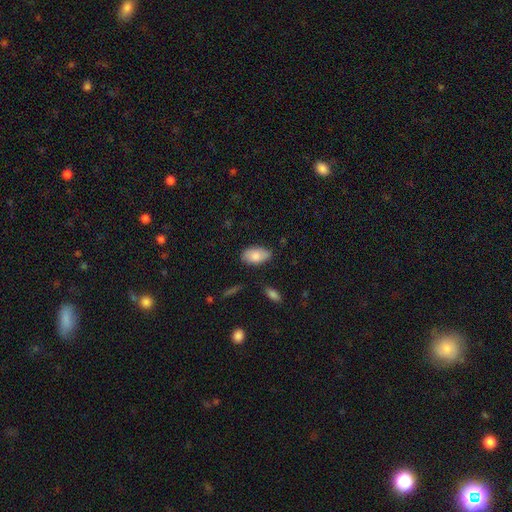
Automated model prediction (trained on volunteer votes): smooth_or_featured: smooth (p=0.83) [alt: featured or disk p=0.10]
how_rounded: in between (p=0.94) [alt: round p=0.04]
merging: none (p=0.79) [alt: minor disturbance p=0.16]